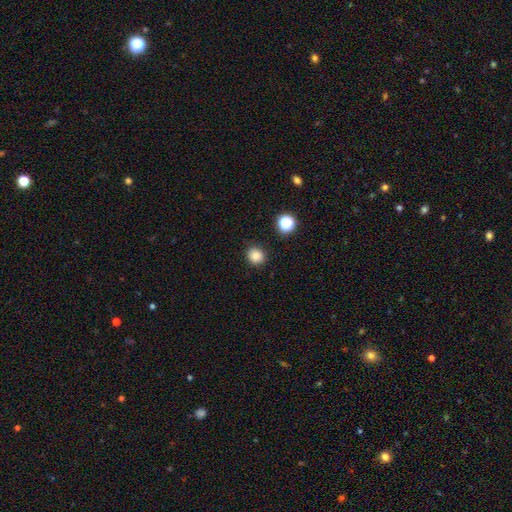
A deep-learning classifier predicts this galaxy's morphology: Smooth or featured? Predicted: smooth (p=0.84). How rounded? Predicted: round (p=0.83). Merging? Predicted: none (p=0.88).